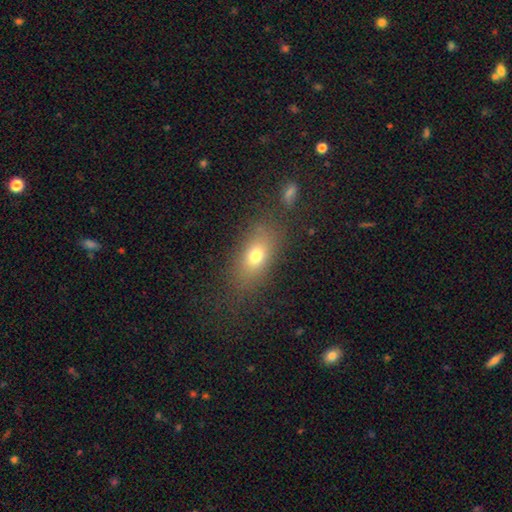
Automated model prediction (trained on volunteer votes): smooth-or-featured: smooth: 71% | featured or disk: 16% | star or artifact: 13%
  how-rounded: in between: 76% | round: 16% | cigar-shaped: 9%
  merging: none: 76% | minor disturbance: 13% | major disturbance: 7% | merger: 4%